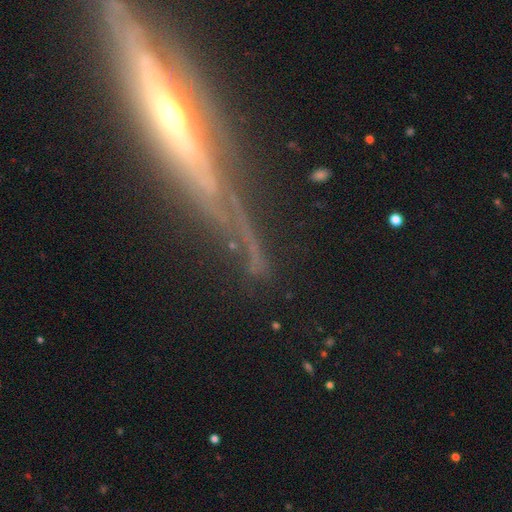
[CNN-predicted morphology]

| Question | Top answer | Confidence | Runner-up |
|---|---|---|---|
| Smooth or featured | featured or disk | 78% | star or artifact (12%) |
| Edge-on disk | yes | 82% | no (18%) |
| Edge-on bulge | rounded | 75% | none (18%) |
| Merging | none | 71% | minor disturbance (15%) |